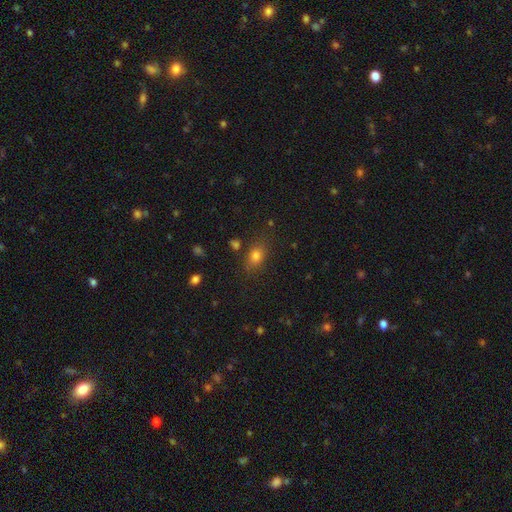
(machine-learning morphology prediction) Smooth or featured? Predicted: smooth (p=0.77). How rounded? Predicted: in between (p=0.68). Merging? Predicted: none (p=0.78).